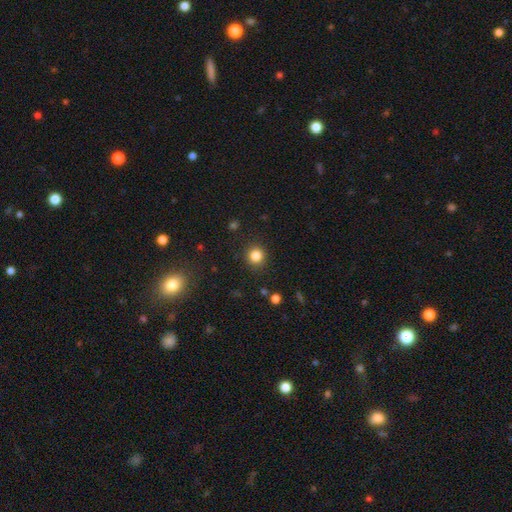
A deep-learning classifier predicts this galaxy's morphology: A smooth galaxy with no disk features (83%) that is round (92%). Merging: none (90%).